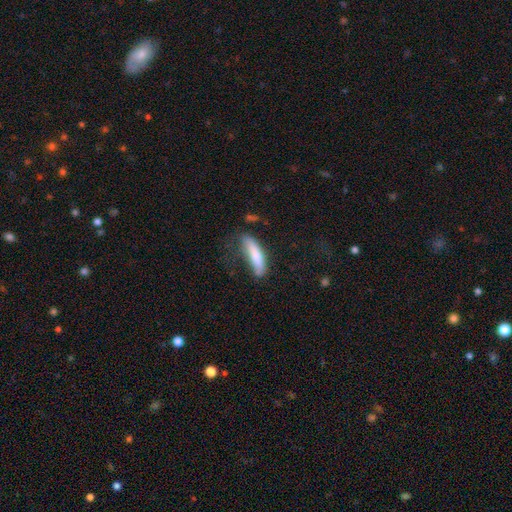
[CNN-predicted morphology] Smooth or featured? Predicted: smooth (p=0.78). How rounded? Predicted: cigar-shaped (p=0.71). Merging? Predicted: none (p=0.50).